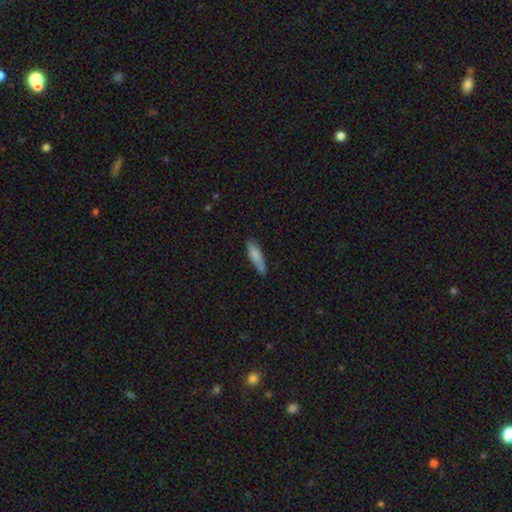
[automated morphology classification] Q: Smooth or featured?
A: smooth (81%); runner-up: featured or disk (13%)
Q: How rounded?
A: cigar-shaped (67%); runner-up: in between (32%)
Q: Merging?
A: none (67%); runner-up: minor disturbance (26%)